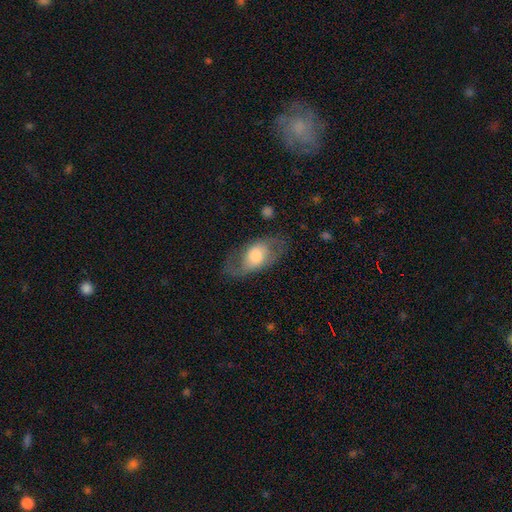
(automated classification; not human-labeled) This appears to be a featured or disk galaxy (49%). Merging: none (65%).